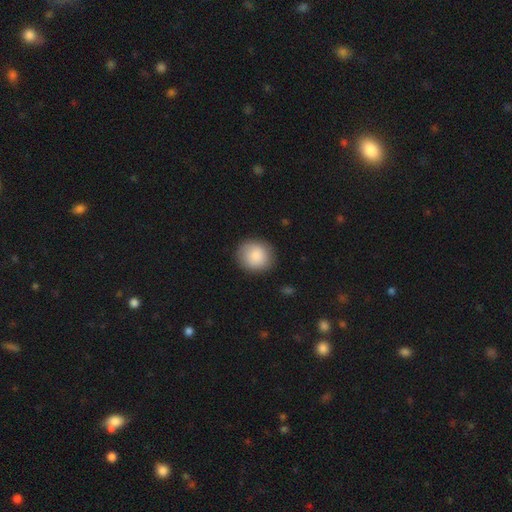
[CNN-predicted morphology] smooth-or-featured: smooth: 84% | featured or disk: 10% | star or artifact: 7%
  how-rounded: round: 86% | in between: 13% | cigar-shaped: 1%
  merging: none: 87% | minor disturbance: 9% | major disturbance: 3% | merger: 1%